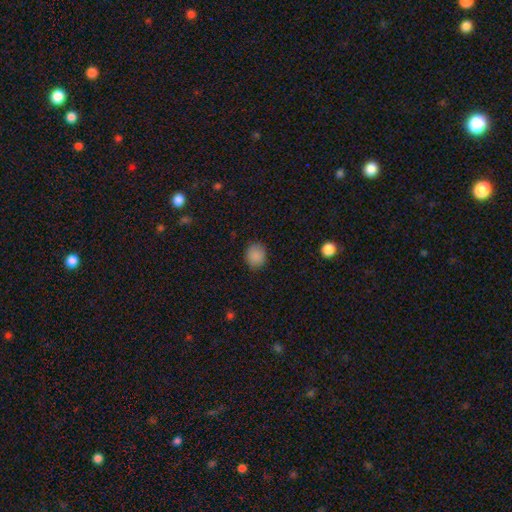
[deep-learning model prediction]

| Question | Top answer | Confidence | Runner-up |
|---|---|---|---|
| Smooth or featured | smooth | 88% | star or artifact (9%) |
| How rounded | round | 76% | in between (23%) |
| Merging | none | 87% | minor disturbance (10%) |